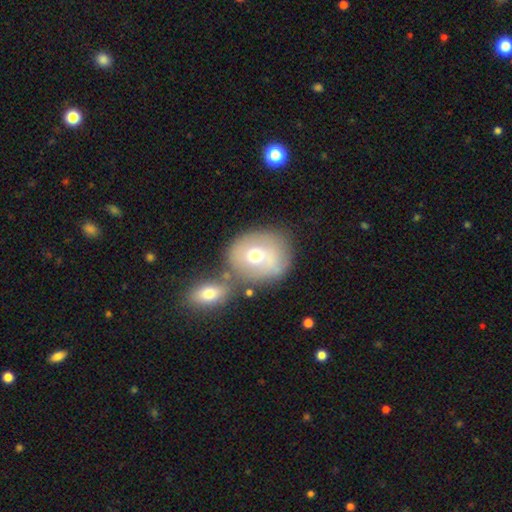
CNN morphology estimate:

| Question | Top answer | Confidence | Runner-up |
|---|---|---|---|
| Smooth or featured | smooth | 61% | featured or disk (30%) |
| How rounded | round | 68% | in between (31%) |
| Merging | none | 50% | merger (29%) |